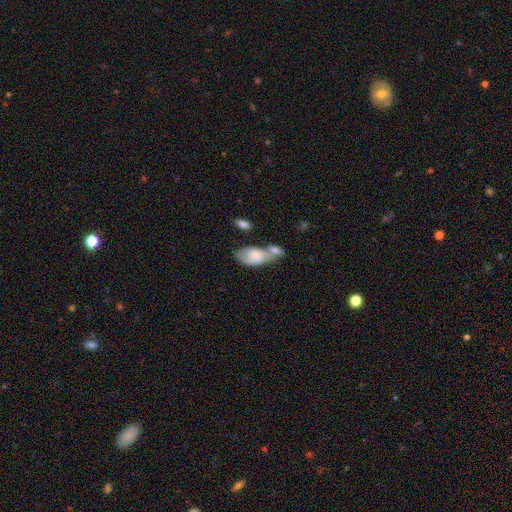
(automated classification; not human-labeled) A smooth galaxy with no disk features (62%) that is in between round and cigar-shaped (90%). Merging: merger (45%).